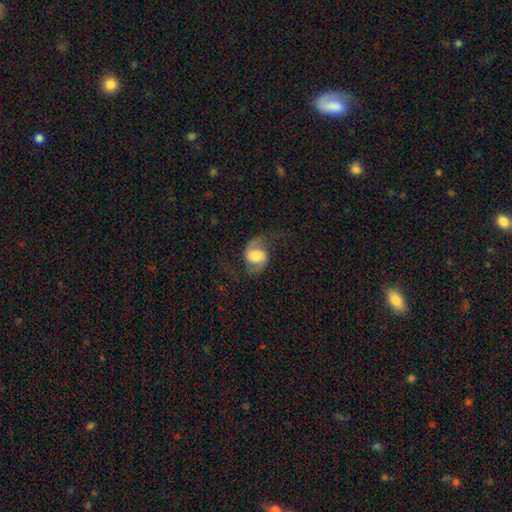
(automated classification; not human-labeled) A featured or disk galaxy (76%) with no bar (42%), 2 (92%) loose (58%) spiral arms (95%) and a moderate central bulge (42%).

Vote fractions:
- Smooth or featured? featured or disk: 76% / smooth: 18% / star or artifact: 7%
- Edge-on disk? no: 97% / yes: 3%
- Bar? no: 42% / weak: 41% / strong: 16%
- Spiral arms? yes: 95% / no: 5%
- Spiral winding? loose: 58% / medium: 35% / tight: 7%
- Spiral arm count? 2: 92% / 1: 2% / can't tell: 2% / 3: 1% / 4: 1% / more than 4: 1%
- Bulge size? moderate: 42% / large: 34% / small: 12% / dominant: 7% / none: 5%
- Merging? none: 69% / minor disturbance: 15% / major disturbance: 15% / merger: 1%